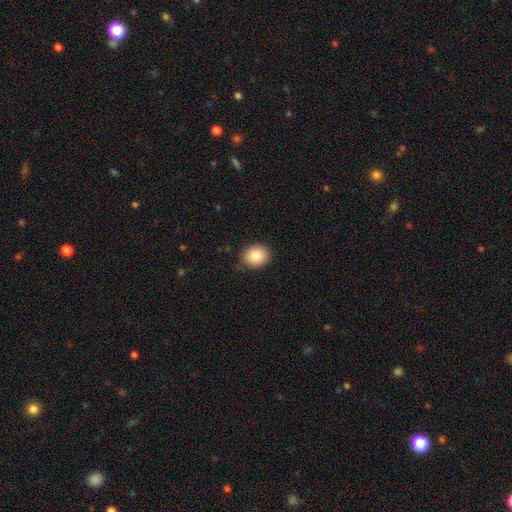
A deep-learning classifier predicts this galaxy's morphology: The model was most divided on "how rounded": round: 60%, in between: 40%, cigar-shaped: 1%. More confident: smooth or featured — smooth (86%); merging — none (86%).